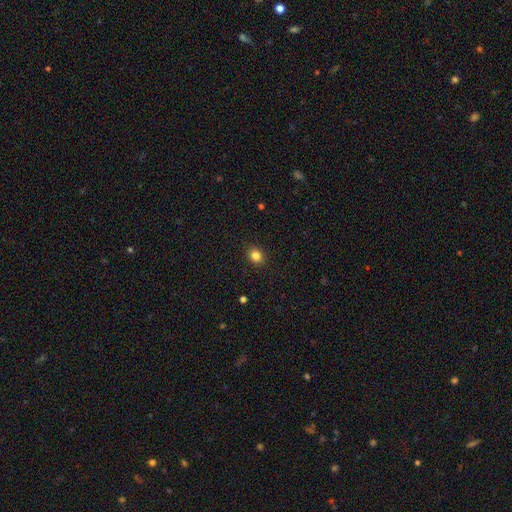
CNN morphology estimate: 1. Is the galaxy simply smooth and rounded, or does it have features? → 83% smooth, 11% star or artifact, 5% featured or disk.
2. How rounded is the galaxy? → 59% round, 40% in between, 1% cigar-shaped.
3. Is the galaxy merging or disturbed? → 89% none, 8% minor disturbance, 2% major disturbance, 1% merger.